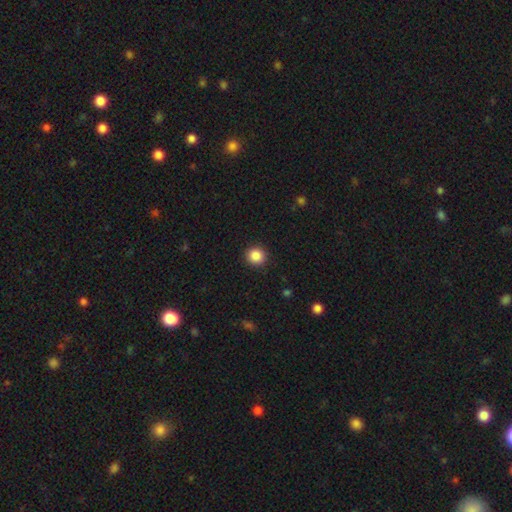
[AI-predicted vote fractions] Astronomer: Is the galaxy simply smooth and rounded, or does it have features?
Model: smooth — 87%.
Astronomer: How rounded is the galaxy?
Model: round — 90%.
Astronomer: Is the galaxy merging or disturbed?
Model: none — 92%.